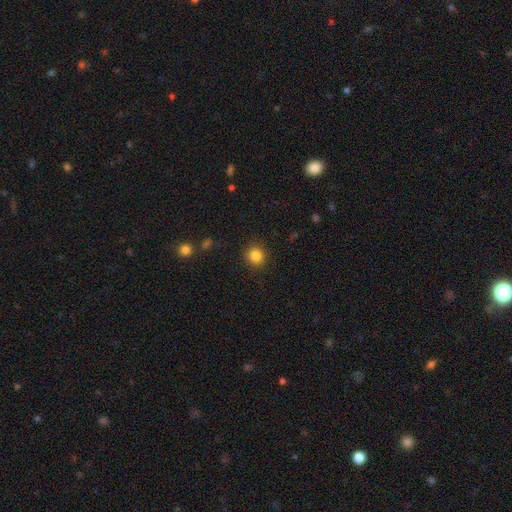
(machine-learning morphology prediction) smooth-or-featured: smooth: 84% | star or artifact: 11% | featured or disk: 5%
  how-rounded: round: 91% | in between: 8% | cigar-shaped: 1%
  merging: none: 90% | minor disturbance: 7% | major disturbance: 2% | merger: 1%